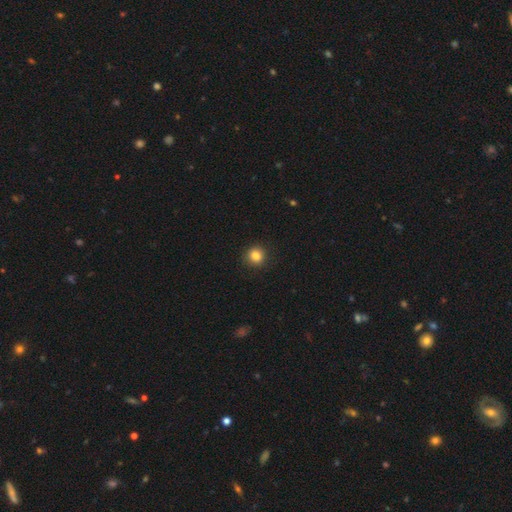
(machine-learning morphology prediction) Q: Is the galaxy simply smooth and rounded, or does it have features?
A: smooth — 84%.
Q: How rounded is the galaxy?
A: round — 88%.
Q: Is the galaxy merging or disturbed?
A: none — 91%.